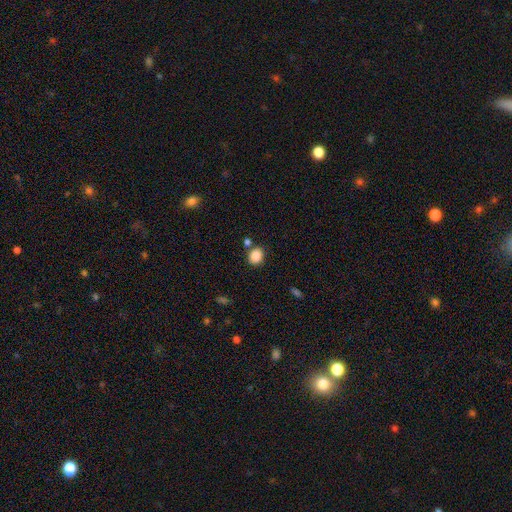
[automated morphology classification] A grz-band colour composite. It shows a smooth galaxy with no disk features (87%) that is round (65%). Merging: none (76%).